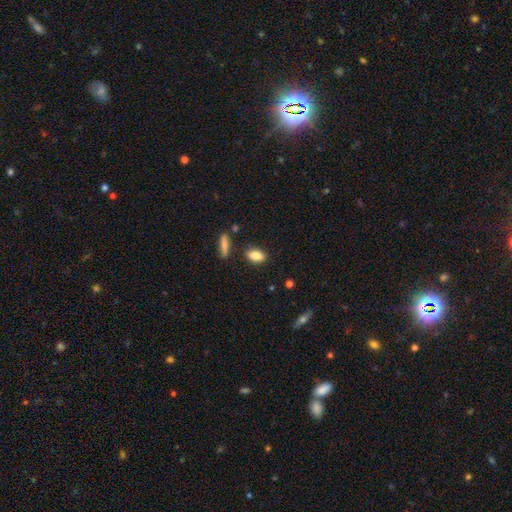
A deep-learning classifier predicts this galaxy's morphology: Overall: smooth (82%). How rounded: in between (84%). Merging: none (84%).